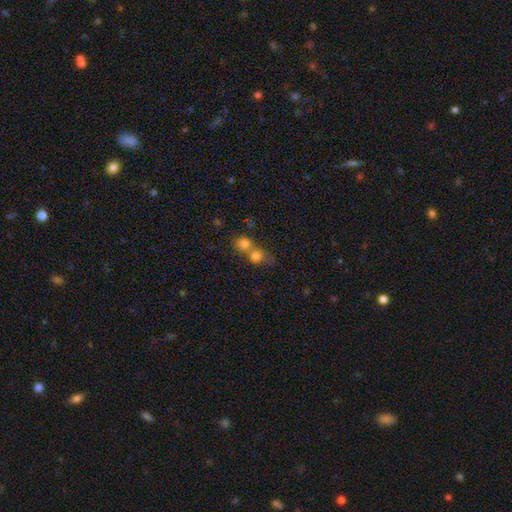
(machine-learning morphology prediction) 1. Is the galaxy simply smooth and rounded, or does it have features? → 74% smooth, 13% star or artifact, 13% featured or disk.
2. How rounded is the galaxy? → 78% round, 20% in between, 2% cigar-shaped.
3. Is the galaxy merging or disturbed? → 63% merger, 27% none, 6% minor disturbance, 4% major disturbance.